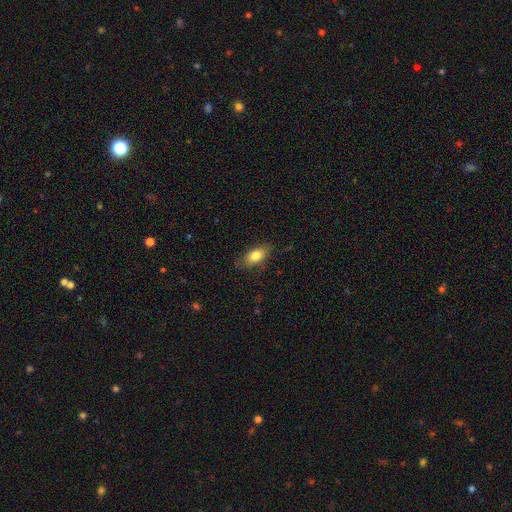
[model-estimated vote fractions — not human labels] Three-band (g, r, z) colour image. It shows a smooth galaxy with no disk features (79%) that is in between round and cigar-shaped (85%). Merging: none (75%).